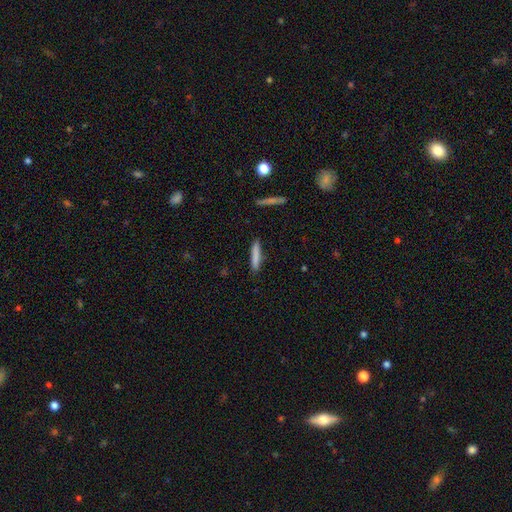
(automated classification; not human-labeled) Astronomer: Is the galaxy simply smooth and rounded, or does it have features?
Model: smooth — 81%.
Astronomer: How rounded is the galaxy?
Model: cigar-shaped — 91%.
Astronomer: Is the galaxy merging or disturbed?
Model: none — 87%.